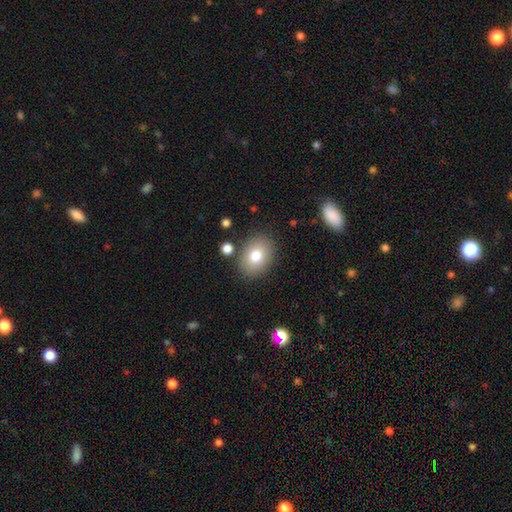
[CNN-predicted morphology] smooth-or-featured: smooth: 80% | featured or disk: 11% | star or artifact: 9%
  how-rounded: in between: 68% | round: 31% | cigar-shaped: 1%
  merging: none: 84% | minor disturbance: 10% | merger: 3% | major disturbance: 3%